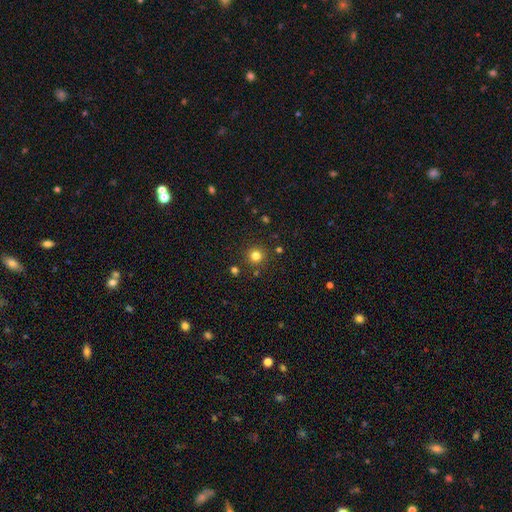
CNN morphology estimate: The model was most divided on "smooth or featured": smooth: 80%, star or artifact: 15%, featured or disk: 5%. More confident: how rounded — round (95%); merging — none (88%).